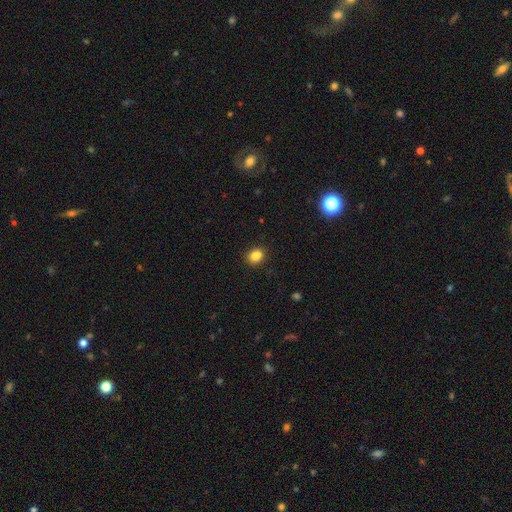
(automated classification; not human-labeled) This appears to be a smooth galaxy with no disk features (86%) that is in between round and cigar-shaped (52%). Merging: none (88%).